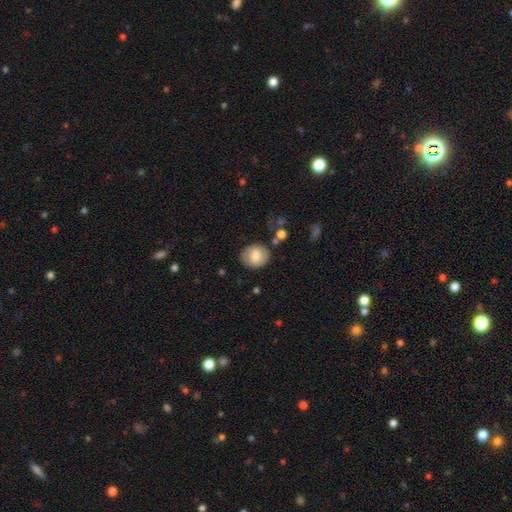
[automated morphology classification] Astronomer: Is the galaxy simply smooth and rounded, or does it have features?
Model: smooth — 76%.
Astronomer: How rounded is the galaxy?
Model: round — 62% (runner-up: in between, 37%).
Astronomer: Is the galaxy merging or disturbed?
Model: none — 81%.